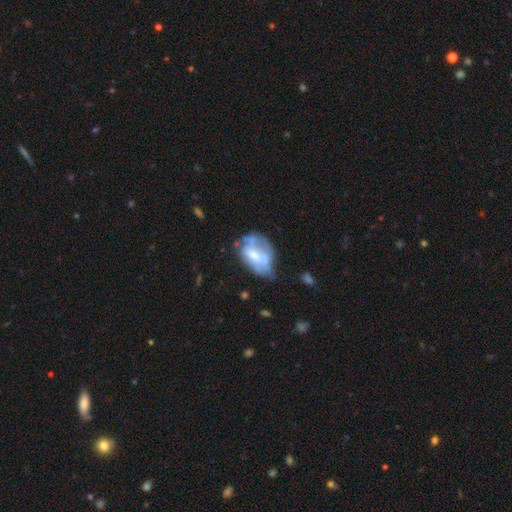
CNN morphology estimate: Overall: featured or disk (55%; smooth 36%). Edge-on disk: no (96%). Bar: no (71%). Spiral arms: no (76%). Bulge size: moderate (51%; small 31%). Merging: none (36%; minor disturbance 30%).